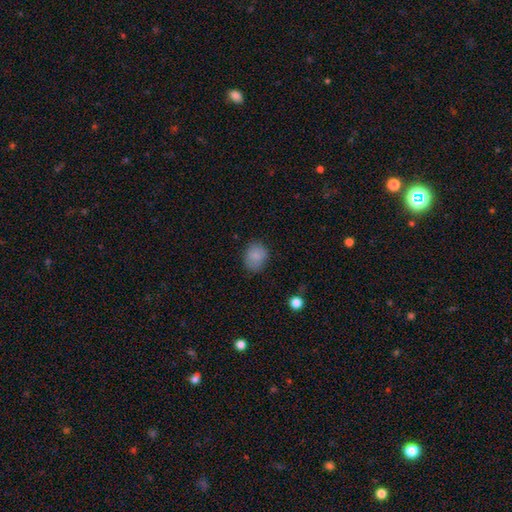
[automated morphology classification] Smooth or featured: smooth — 84% (star or artifact — 9%)
How rounded: round — 54% (in between — 45%)
Merging: none — 80% (minor disturbance — 15%)